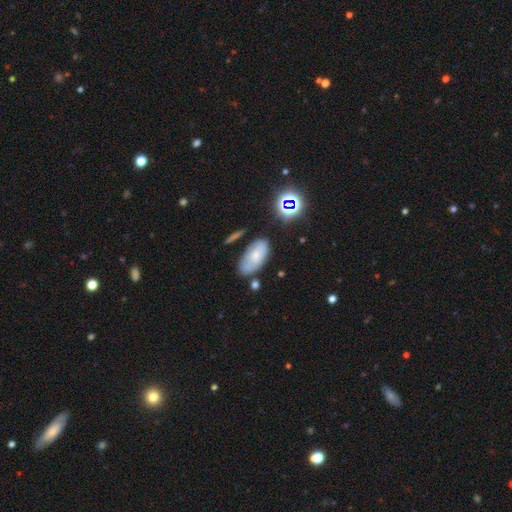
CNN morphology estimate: Smooth or featured: smooth — 63% (featured or disk — 26%)
How rounded: in between — 93% (round — 4%)
Merging: none — 62% (minor disturbance — 24%)